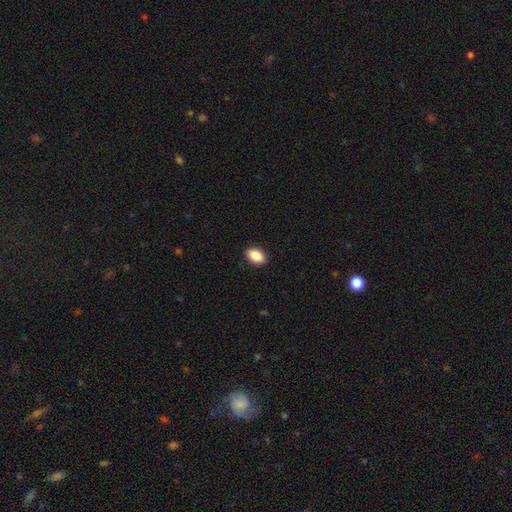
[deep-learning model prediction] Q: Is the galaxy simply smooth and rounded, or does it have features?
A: smooth — 88%.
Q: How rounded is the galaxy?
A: in between — 88%.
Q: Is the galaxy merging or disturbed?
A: none — 90%.